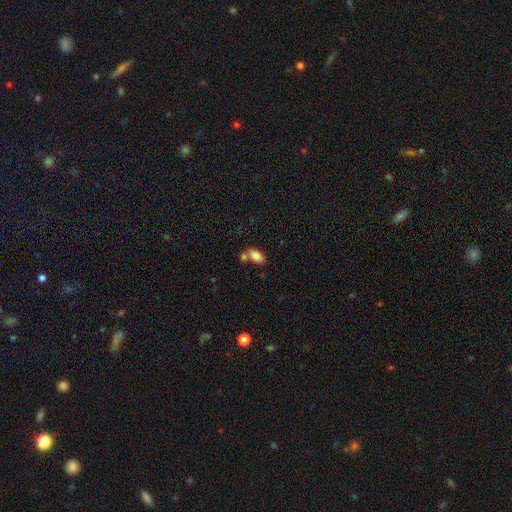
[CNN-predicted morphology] This is clearly a smooth galaxy (82%). How rounded: clearly in between (91%). Merging: possibly none (47%).